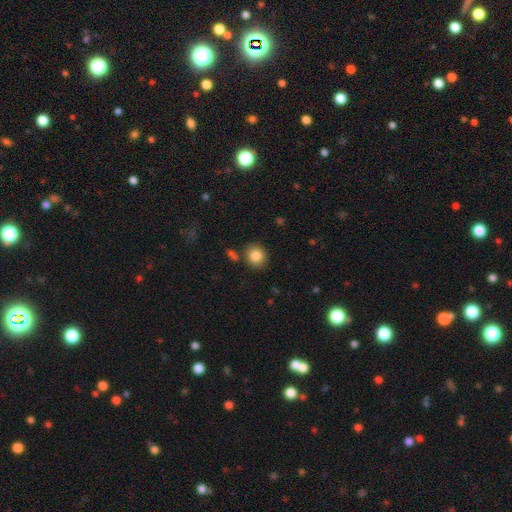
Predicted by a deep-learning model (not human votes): Smooth or featured? smooth (83%)
How rounded? round (79%)
Merging? none (84%)